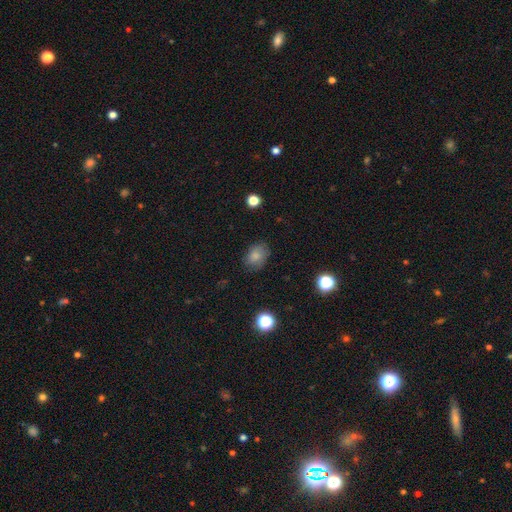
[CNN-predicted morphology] Smooth or featured? Predicted: smooth (p=0.80). How rounded? Predicted: in between (p=0.71). Merging? Predicted: none (p=0.77).